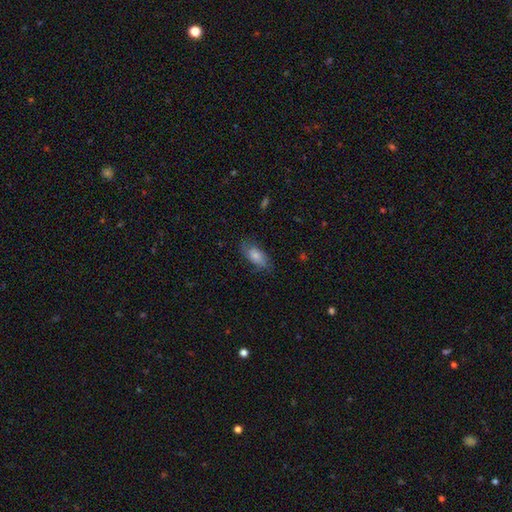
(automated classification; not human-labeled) This appears to be a smooth galaxy with no disk features (67%) that is in between round and cigar-shaped (89%). Merging: none (70%).